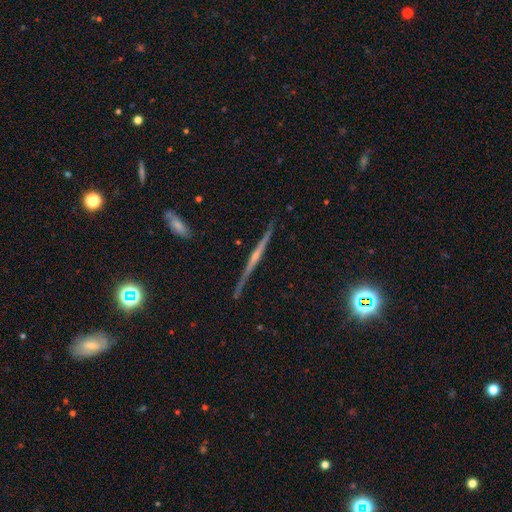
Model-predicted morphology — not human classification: Smooth or featured: featured or disk — 75% (smooth — 15%)
Edge-on disk: yes — 98% (no — 2%)
Edge-on bulge: rounded — 46% (none — 39%)
Merging: none — 88% (minor disturbance — 9%)